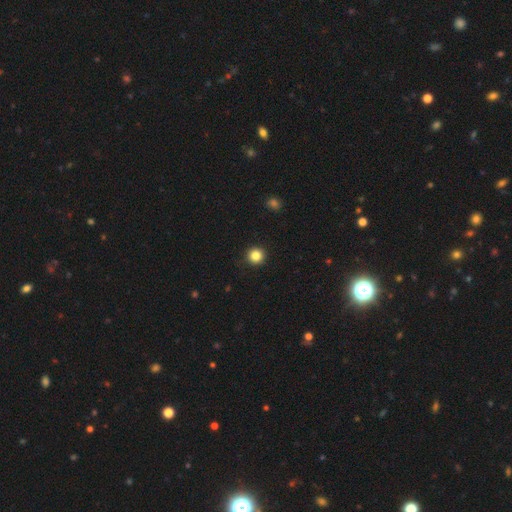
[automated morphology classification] Smooth or featured: smooth — 85% (star or artifact — 11%)
How rounded: round — 95% (in between — 4%)
Merging: none — 93% (minor disturbance — 5%)